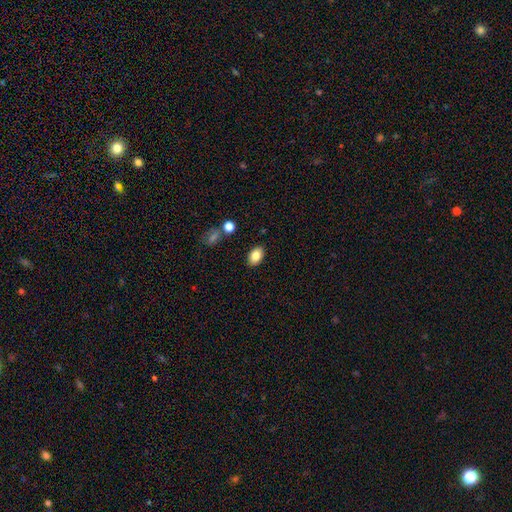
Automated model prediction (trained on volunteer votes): smooth_or_featured: smooth (p=0.84) [alt: star or artifact p=0.08]
how_rounded: in between (p=0.88) [alt: round p=0.11]
merging: none (p=0.86) [alt: minor disturbance p=0.09]